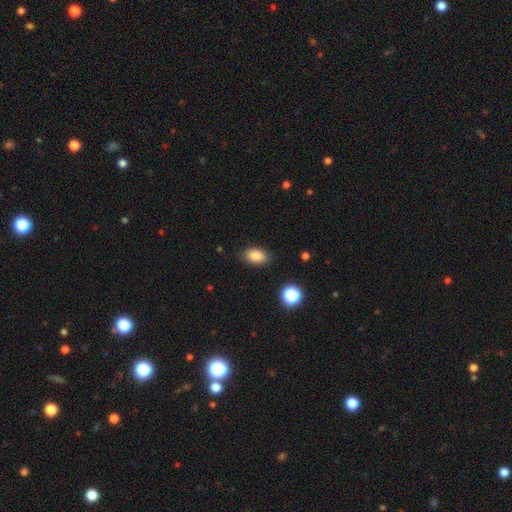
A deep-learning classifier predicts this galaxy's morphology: Smooth or featured: smooth — 85% (star or artifact — 9%)
How rounded: in between — 88% (round — 10%)
Merging: none — 82% (minor disturbance — 14%)